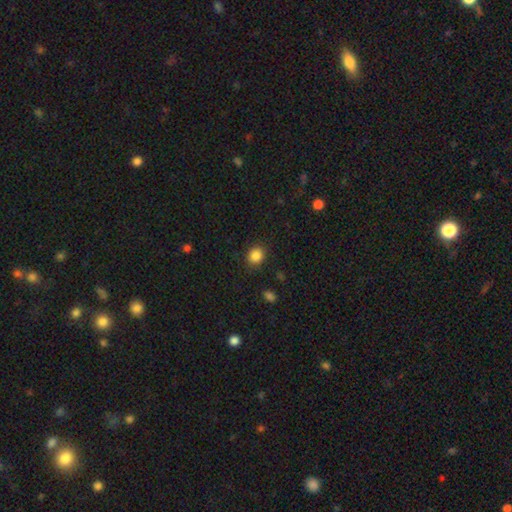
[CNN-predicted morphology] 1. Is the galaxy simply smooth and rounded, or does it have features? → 86% smooth, 10% star or artifact, 4% featured or disk.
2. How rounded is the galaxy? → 72% round, 27% in between, 1% cigar-shaped.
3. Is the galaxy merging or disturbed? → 87% none, 9% minor disturbance, 3% major disturbance, 1% merger.